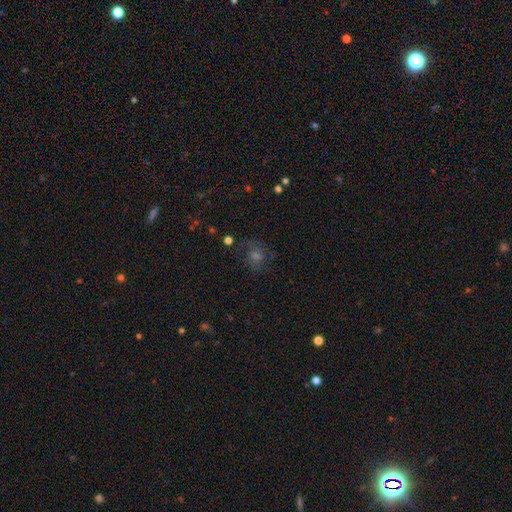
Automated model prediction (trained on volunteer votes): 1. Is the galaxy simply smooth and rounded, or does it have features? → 35% featured or disk, 33% smooth, 32% star or artifact.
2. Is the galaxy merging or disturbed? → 72% none, 16% minor disturbance, 10% major disturbance, 3% merger.